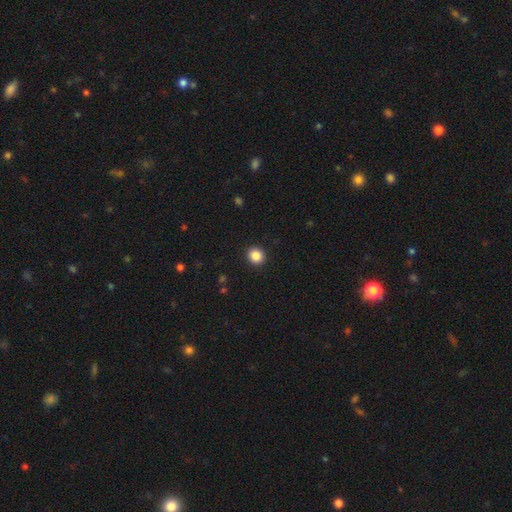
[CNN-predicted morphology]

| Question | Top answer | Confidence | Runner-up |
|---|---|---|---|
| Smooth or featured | smooth | 87% | star or artifact (9%) |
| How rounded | round | 78% | in between (21%) |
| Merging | none | 92% | minor disturbance (5%) |